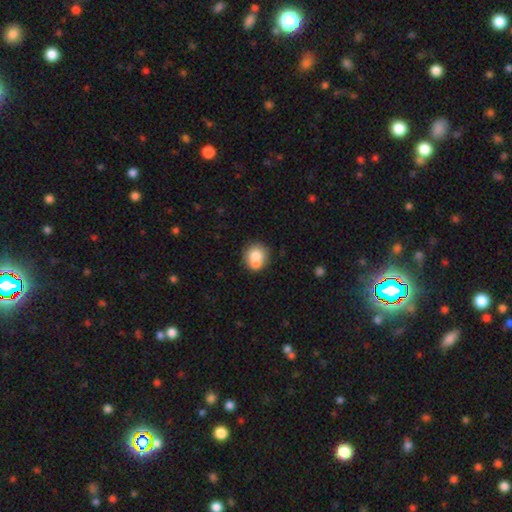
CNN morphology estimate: Q: Smooth or featured?
A: smooth (71%); runner-up: featured or disk (20%)
Q: How rounded?
A: round (81%); runner-up: in between (18%)
Q: Merging?
A: merger (45%); runner-up: none (43%)